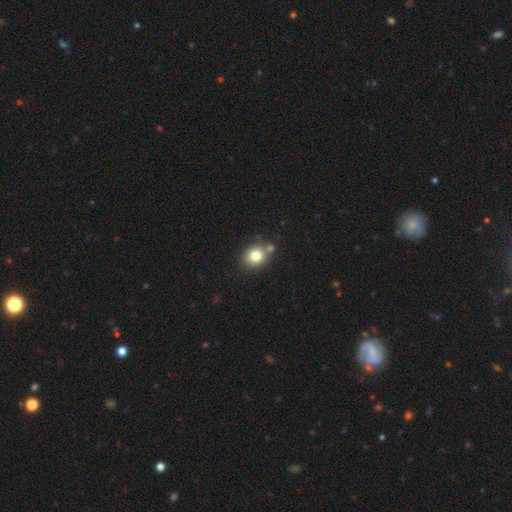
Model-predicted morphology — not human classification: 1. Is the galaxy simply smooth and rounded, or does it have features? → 80% smooth, 11% star or artifact, 9% featured or disk.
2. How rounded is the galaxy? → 72% round, 27% in between, 1% cigar-shaped.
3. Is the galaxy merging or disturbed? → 69% none, 16% merger, 12% minor disturbance, 3% major disturbance.